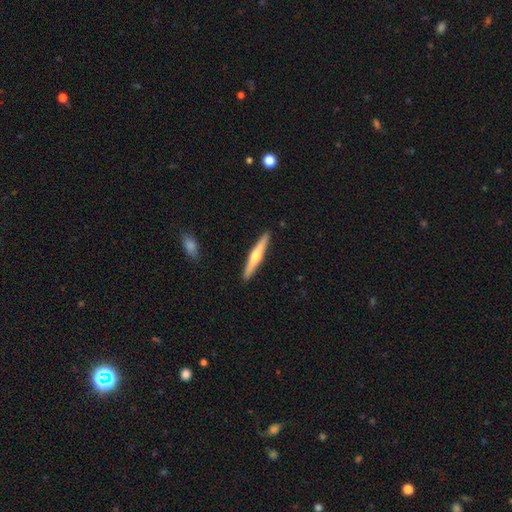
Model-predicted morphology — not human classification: This appears to be a featured or disk galaxy (58%) viewed edge-on (97%) with a rounded central bulge (88%). Merging: none (92%).